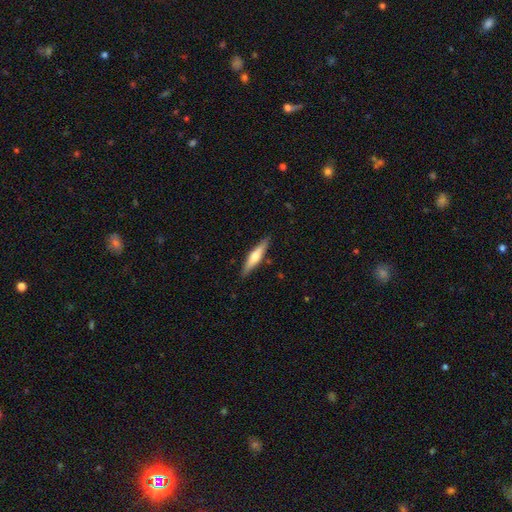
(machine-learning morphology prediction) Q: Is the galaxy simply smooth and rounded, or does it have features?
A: smooth — 49%.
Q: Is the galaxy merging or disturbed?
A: none — 88%.